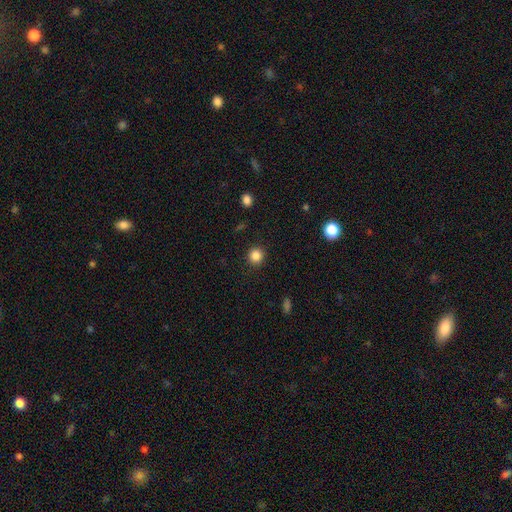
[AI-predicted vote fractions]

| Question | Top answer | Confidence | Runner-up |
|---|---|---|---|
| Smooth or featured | smooth | 85% | star or artifact (11%) |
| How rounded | round | 92% | in between (7%) |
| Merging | none | 91% | minor disturbance (6%) |